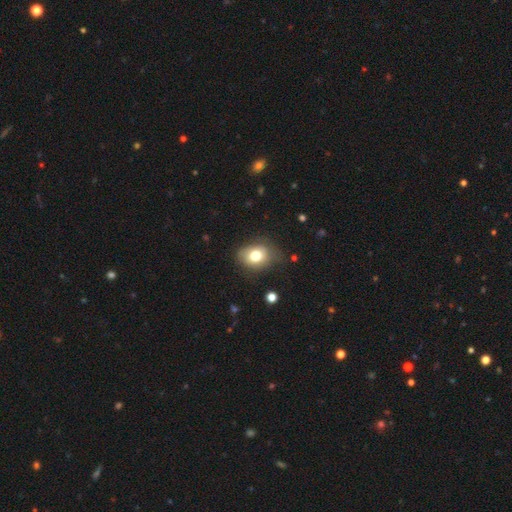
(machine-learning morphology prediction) type=smooth (75%); roundness=in between (59%); merging=none (65%).